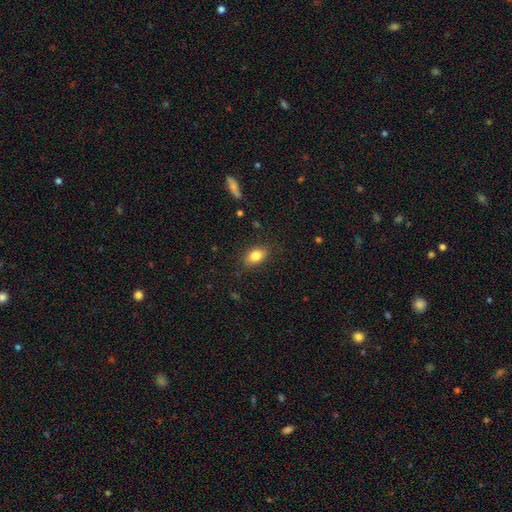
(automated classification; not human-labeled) Smooth or featured?
  - smooth: 82% *
  - featured or disk: 9%
  - star or artifact: 8%
How rounded?
  - in between: 86% *
  - round: 12%
  - cigar-shaped: 3%
Merging?
  - none: 84% *
  - minor disturbance: 12%
  - major disturbance: 3%
  - merger: 1%